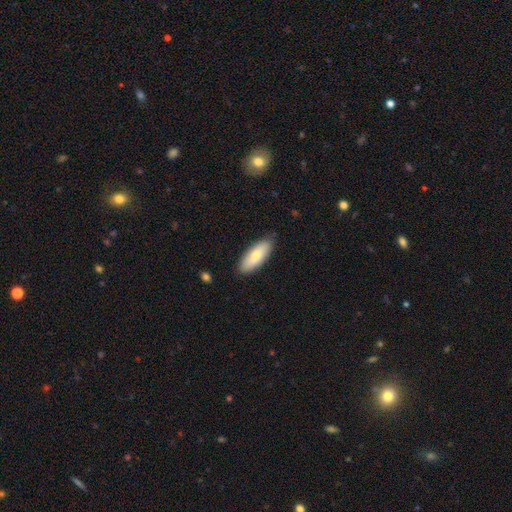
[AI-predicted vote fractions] Overall: smooth (77%). How rounded: in between (76%). Merging: none (85%).